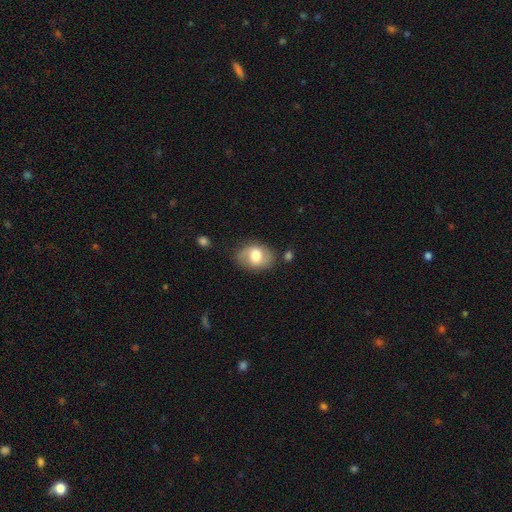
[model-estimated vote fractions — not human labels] Smooth or featured?
  - smooth: 58% *
  - featured or disk: 34%
  - star or artifact: 7%
How rounded?
  - in between: 70% *
  - round: 29%
  - cigar-shaped: 1%
Merging?
  - none: 69% *
  - minor disturbance: 21%
  - major disturbance: 6%
  - merger: 3%